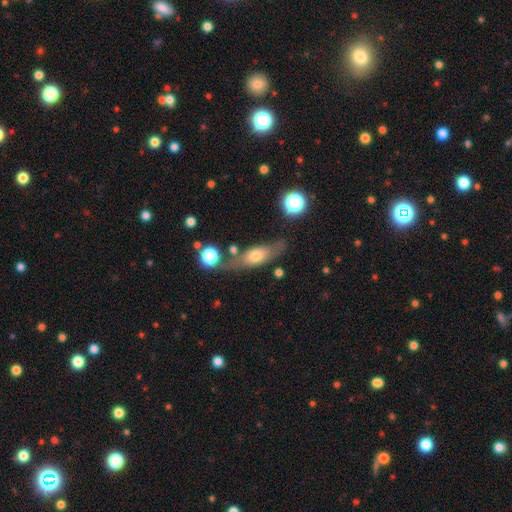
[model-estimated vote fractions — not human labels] Q: Smooth or featured?
A: smooth (51%); runner-up: featured or disk (41%)
Q: How rounded?
A: in between (60%); runner-up: cigar-shaped (32%)
Q: Merging?
A: none (59%); runner-up: minor disturbance (21%)